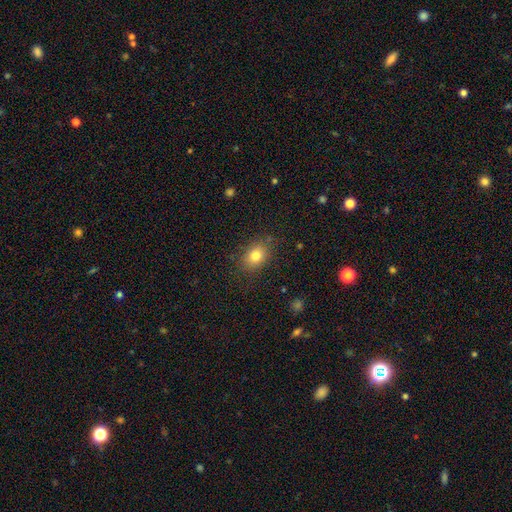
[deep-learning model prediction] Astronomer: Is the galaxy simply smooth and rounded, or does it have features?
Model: smooth — 80%.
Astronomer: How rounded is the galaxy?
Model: in between — 68%.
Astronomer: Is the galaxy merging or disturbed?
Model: none — 81%.